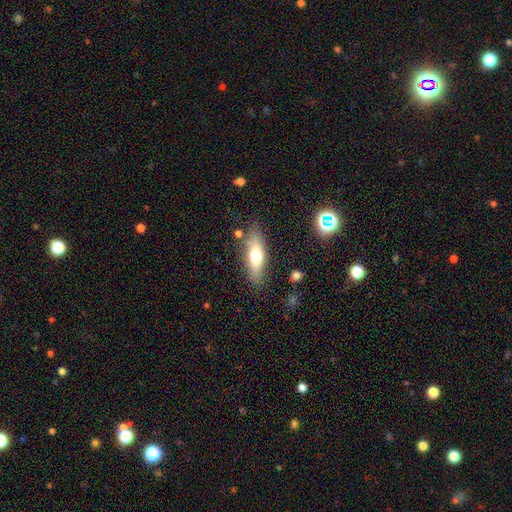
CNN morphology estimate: This appears to be a smooth galaxy with no disk features (57%) that is in between round and cigar-shaped (49%). Merging: none (80%).